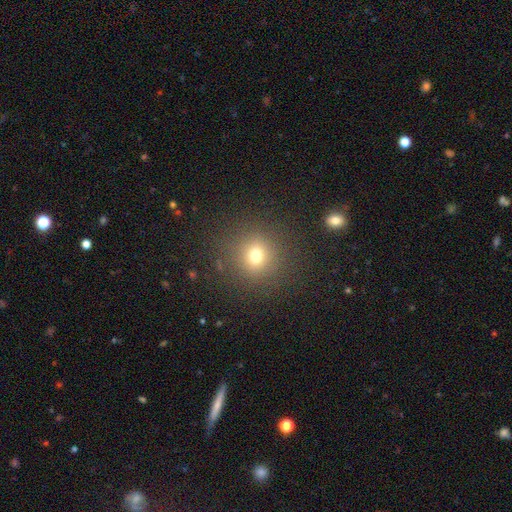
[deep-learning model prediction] This is likely a smooth galaxy (72%). How rounded: clearly round (91%). Merging: clearly none (87%).